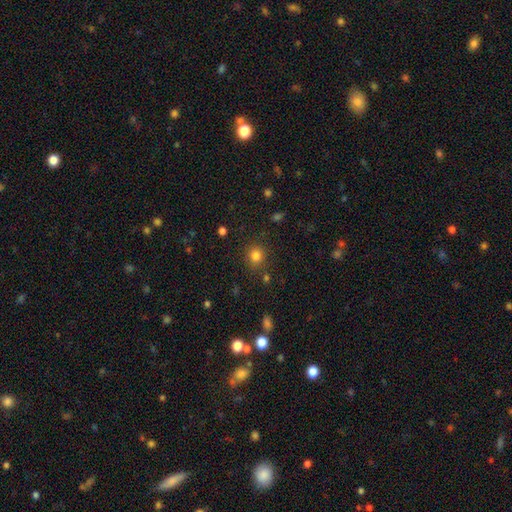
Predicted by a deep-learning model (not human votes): A smooth galaxy with no disk features (81%) that is round (83%). Merging: none (84%).